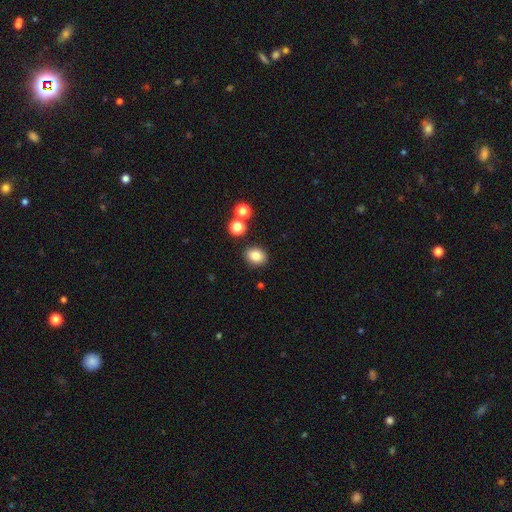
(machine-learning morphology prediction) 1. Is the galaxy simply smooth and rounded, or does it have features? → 82% smooth, 11% star or artifact, 7% featured or disk.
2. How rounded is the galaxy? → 52% round, 47% in between, 1% cigar-shaped.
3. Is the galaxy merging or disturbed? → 86% none, 8% minor disturbance, 4% merger, 2% major disturbance.